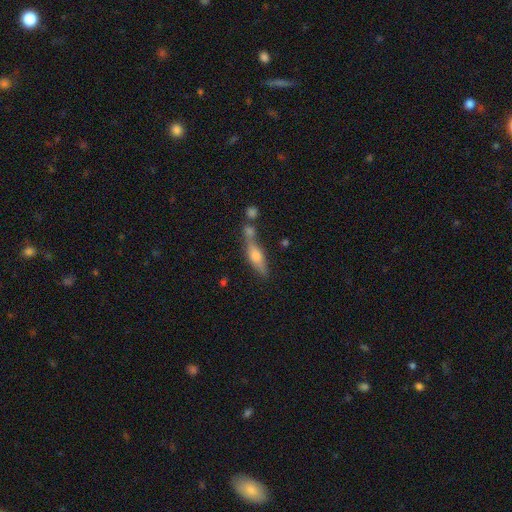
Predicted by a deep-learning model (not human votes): This appears to be a smooth galaxy with no disk features (50%). Merging: none (47%).